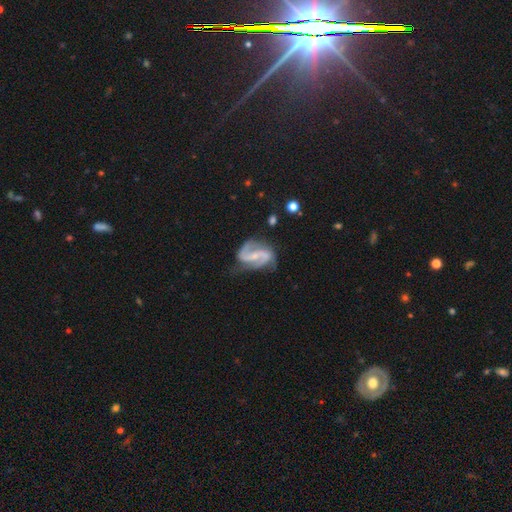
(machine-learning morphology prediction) This appears to be a featured or disk galaxy (90%) with a strong bar (41%), 2 (89%) medium (49%) spiral arms (97%) and a small central bulge (63%). Merging: none (64%).